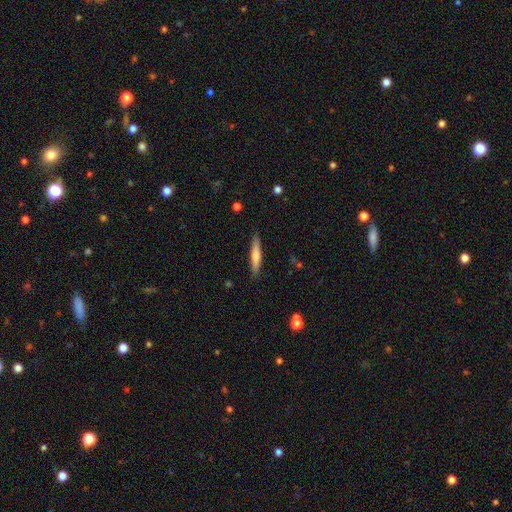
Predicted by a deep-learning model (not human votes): Q: Smooth or featured?
A: smooth (55%); runner-up: featured or disk (39%)
Q: How rounded?
A: cigar-shaped (92%); runner-up: in between (7%)
Q: Merging?
A: none (90%); runner-up: minor disturbance (7%)